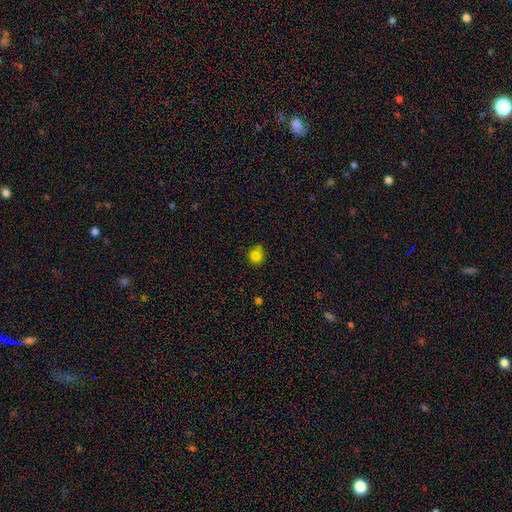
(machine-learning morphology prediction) The model was most divided on "merging": none: 73%, minor disturbance: 16%, merger: 8%, major disturbance: 4%. More confident: how rounded — round (89%); smooth or featured — smooth (82%).